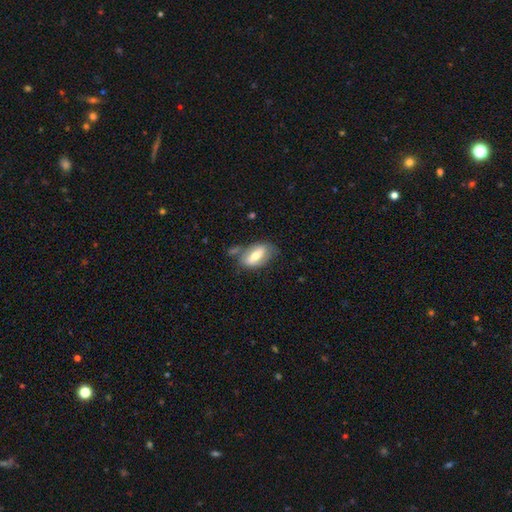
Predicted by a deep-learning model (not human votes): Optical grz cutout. It shows a featured or disk galaxy (50%). Merging: none (58%).